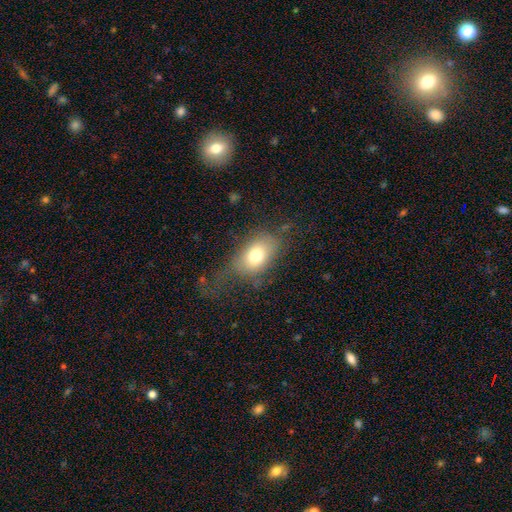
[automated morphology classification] smooth_or_featured: smooth (p=0.73) [alt: featured or disk p=0.17]
how_rounded: in between (p=0.84) [alt: round p=0.14]
merging: none (p=0.49) [alt: major disturbance p=0.25]